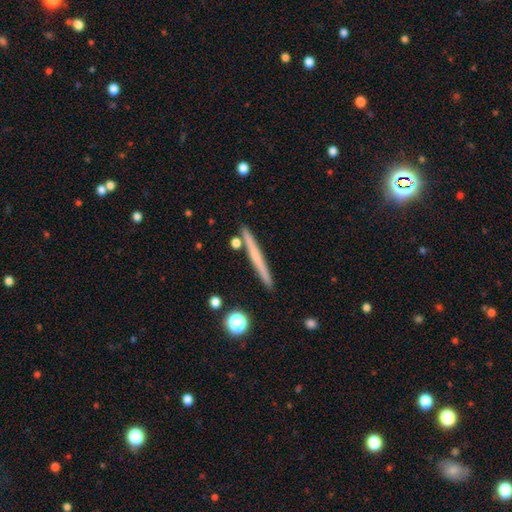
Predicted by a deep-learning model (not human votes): This is possibly a smooth galaxy (47%). Merging: clearly none (89%).